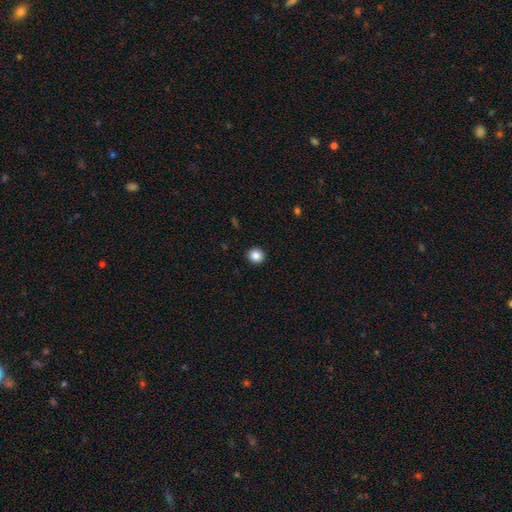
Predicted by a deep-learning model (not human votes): Morphology: type=smooth (86%); roundness=round (92%); merging=none (93%).